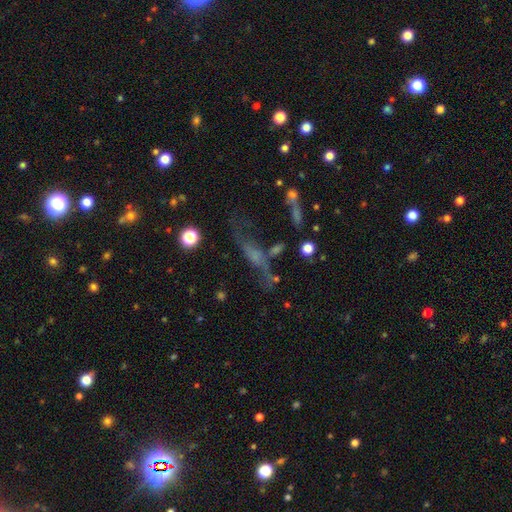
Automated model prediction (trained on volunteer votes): Morphology: type=featured or disk (48%); merging=none (45%).